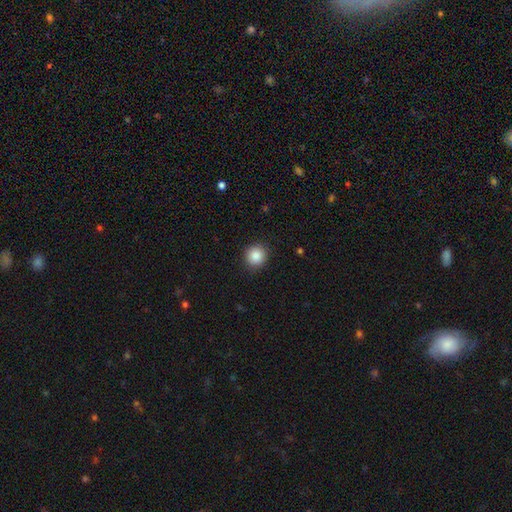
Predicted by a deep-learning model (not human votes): Smooth or featured?
  - smooth: 87% *
  - star or artifact: 9%
  - featured or disk: 4%
How rounded?
  - round: 89% *
  - in between: 10%
  - cigar-shaped: 1%
Merging?
  - none: 90% *
  - minor disturbance: 7%
  - major disturbance: 2%
  - merger: 1%